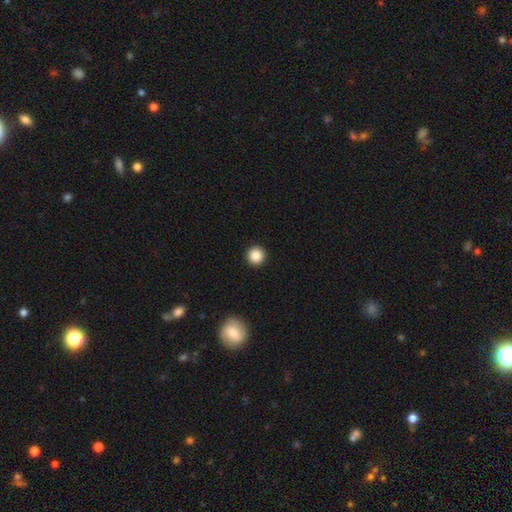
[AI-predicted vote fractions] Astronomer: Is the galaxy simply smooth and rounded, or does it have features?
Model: smooth — 87%.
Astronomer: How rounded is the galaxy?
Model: round — 96%.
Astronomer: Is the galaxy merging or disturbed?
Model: none — 94%.